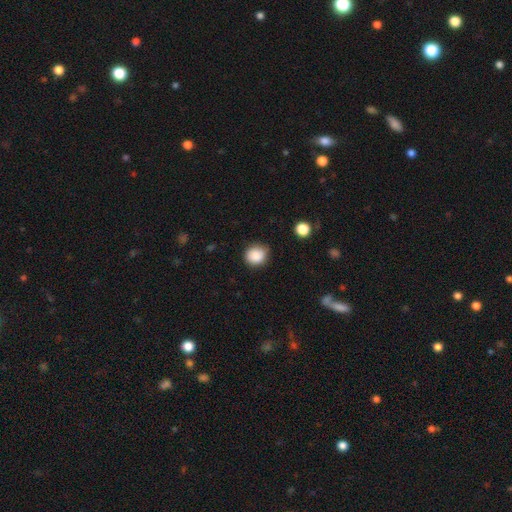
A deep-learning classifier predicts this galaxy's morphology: Smooth or featured?
  - smooth: 87% *
  - star or artifact: 9%
  - featured or disk: 4%
How rounded?
  - round: 81% *
  - in between: 18%
  - cigar-shaped: 1%
Merging?
  - none: 77% *
  - minor disturbance: 18%
  - major disturbance: 3%
  - merger: 2%